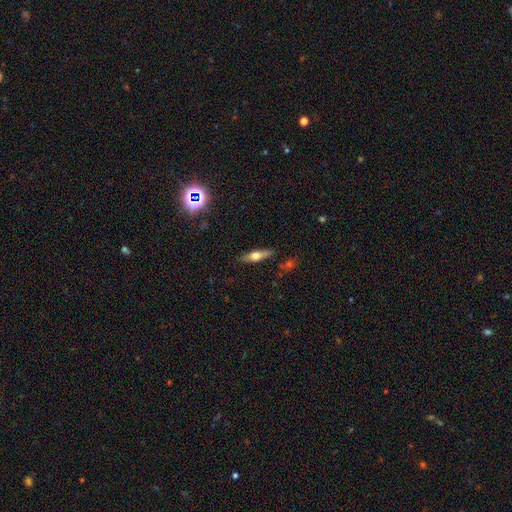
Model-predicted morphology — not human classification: Q: Smooth or featured?
A: featured or disk (50%); runner-up: smooth (43%)
Q: Edge-on disk?
A: yes (91%); runner-up: no (9%)
Q: Merging?
A: none (85%); runner-up: minor disturbance (10%)